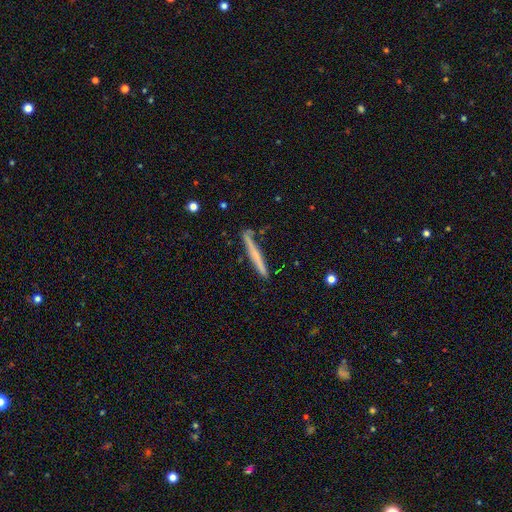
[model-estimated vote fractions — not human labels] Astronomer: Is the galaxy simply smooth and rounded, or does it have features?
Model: smooth — 54% (runner-up: featured or disk, 40%).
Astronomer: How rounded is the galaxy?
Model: cigar-shaped — 97%.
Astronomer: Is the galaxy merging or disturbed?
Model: none — 84%.